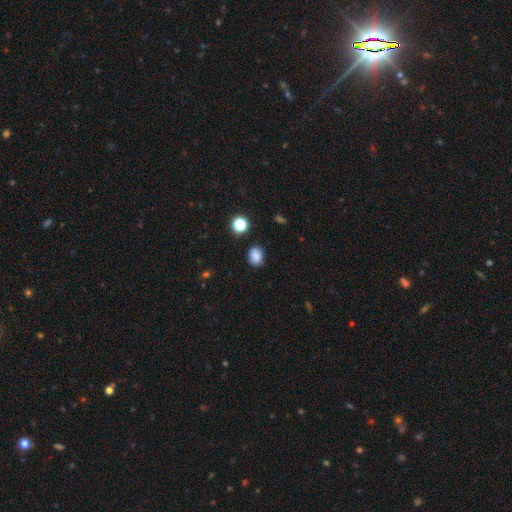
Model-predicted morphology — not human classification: smooth-or-featured: smooth: 84% | star or artifact: 12% | featured or disk: 5%
  how-rounded: in between: 61% | round: 38% | cigar-shaped: 1%
  merging: none: 85% | minor disturbance: 11% | major disturbance: 3% | merger: 2%